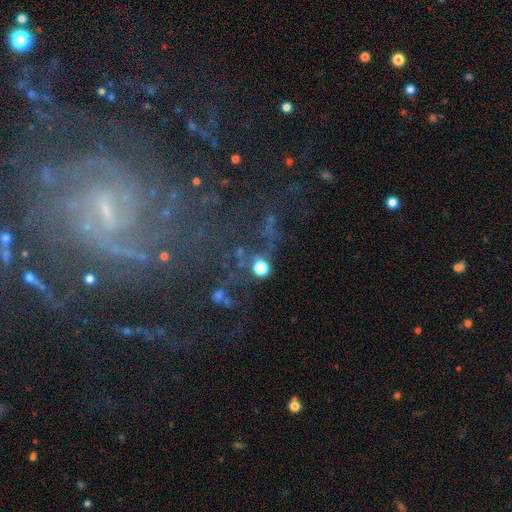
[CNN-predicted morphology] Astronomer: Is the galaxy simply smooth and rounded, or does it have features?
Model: featured or disk — 65%.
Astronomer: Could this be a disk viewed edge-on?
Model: no — 95%.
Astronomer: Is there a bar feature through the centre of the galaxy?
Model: weak — 40% (runner-up: no, 38%).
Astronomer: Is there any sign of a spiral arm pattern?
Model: yes — 84%.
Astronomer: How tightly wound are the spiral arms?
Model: tight — 46% (runner-up: medium, 36%).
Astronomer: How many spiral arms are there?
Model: can't tell — 32% (runner-up: 2, 23%).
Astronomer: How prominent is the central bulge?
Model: small — 61%.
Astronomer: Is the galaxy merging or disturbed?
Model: none — 61%.